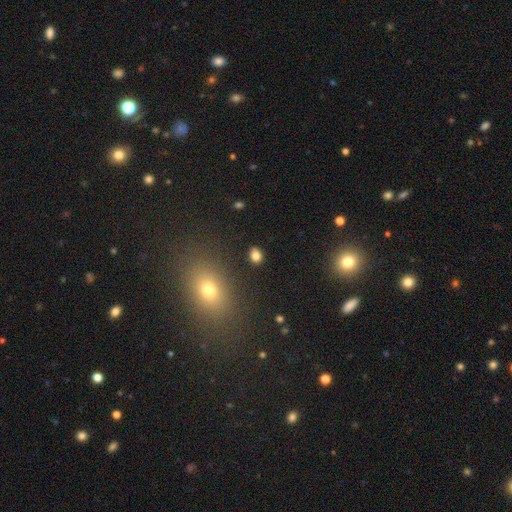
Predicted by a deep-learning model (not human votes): smooth-or-featured: smooth: 82% | star or artifact: 12% | featured or disk: 6%
  how-rounded: in between: 55% | round: 43% | cigar-shaped: 2%
  merging: none: 85% | minor disturbance: 9% | major disturbance: 3% | merger: 3%